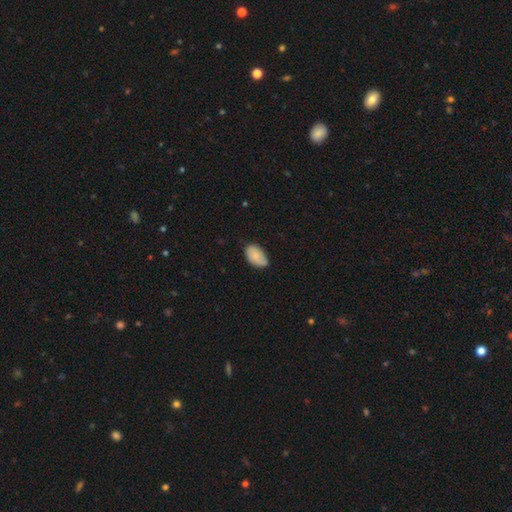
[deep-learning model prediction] Smooth or featured: smooth — 73% (featured or disk — 20%)
How rounded: in between — 93% (round — 6%)
Merging: none — 68% (minor disturbance — 26%)